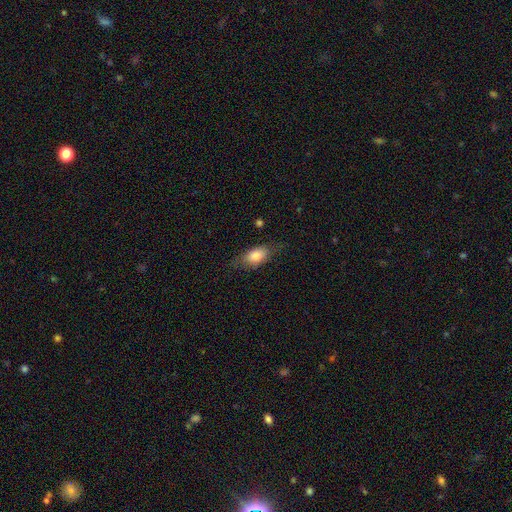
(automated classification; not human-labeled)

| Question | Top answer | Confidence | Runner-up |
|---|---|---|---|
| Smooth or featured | smooth | 77% | featured or disk (15%) |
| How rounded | in between | 85% | cigar-shaped (10%) |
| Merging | none | 67% | minor disturbance (23%) |